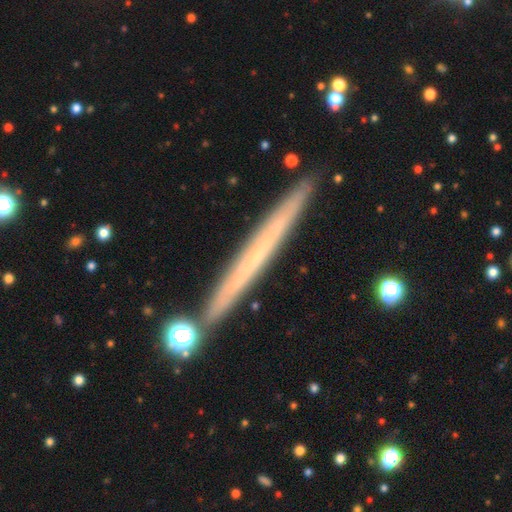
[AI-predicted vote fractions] This is possibly a featured or disk galaxy (56%). It is clearly viewed edge-on (96%). Edge-on bulge: clearly none (90%). Merging: clearly none (89%).